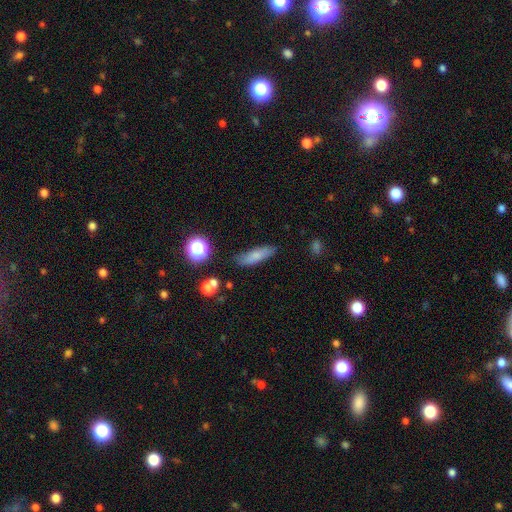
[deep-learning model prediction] This is likely a smooth galaxy (74%). How rounded: possibly cigar-shaped (57%). Merging: clearly none (81%).